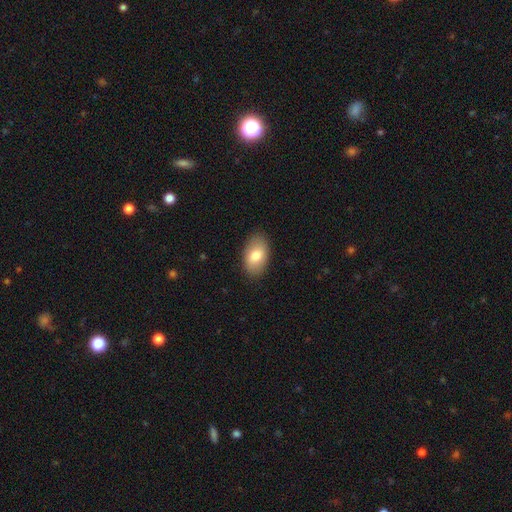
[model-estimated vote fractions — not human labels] Smooth or featured: smooth — 79% (featured or disk — 14%)
How rounded: in between — 93% (round — 6%)
Merging: none — 87% (minor disturbance — 10%)